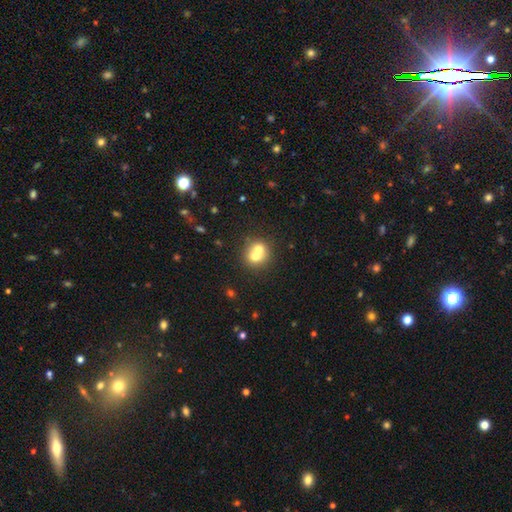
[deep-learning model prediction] smooth 65%, featured or disk 25%, star or artifact 11%. Down the decision tree: how rounded — round (80%); merging — merger (63%).